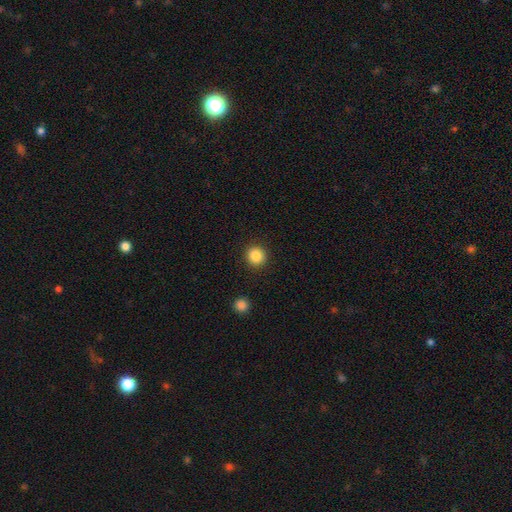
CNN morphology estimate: The model was most divided on "smooth or featured": smooth: 86%, star or artifact: 10%, featured or disk: 4%. More confident: how rounded — round (92%); merging — none (91%).